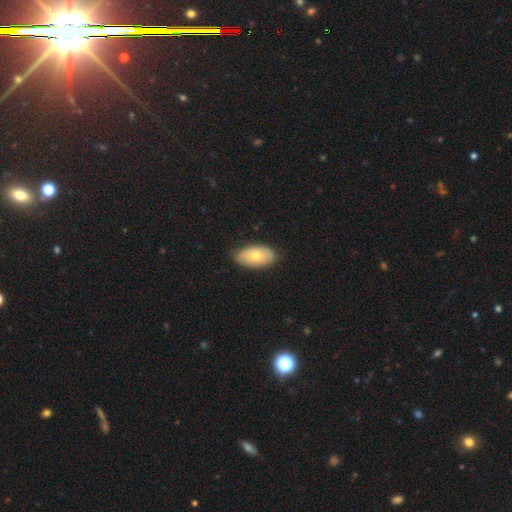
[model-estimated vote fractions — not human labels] Smooth or featured?
  - smooth: 71% *
  - featured or disk: 23%
  - star or artifact: 6%
How rounded?
  - in between: 94% *
  - round: 4%
  - cigar-shaped: 2%
Merging?
  - none: 78% *
  - minor disturbance: 18%
  - major disturbance: 3%
  - merger: 1%